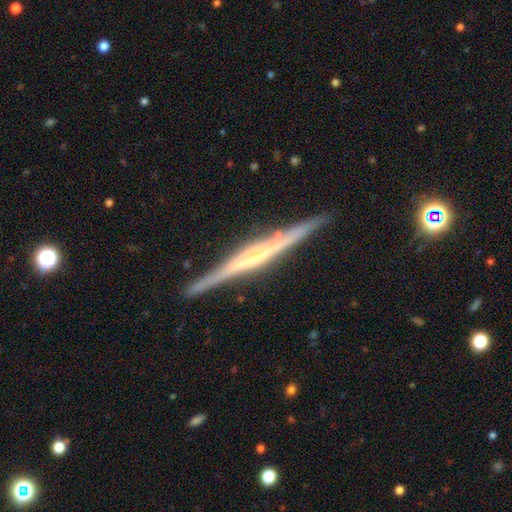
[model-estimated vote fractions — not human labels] This appears to be a featured or disk galaxy (81%) viewed edge-on (98%) with no central bulge (38%). Merging: none (88%).